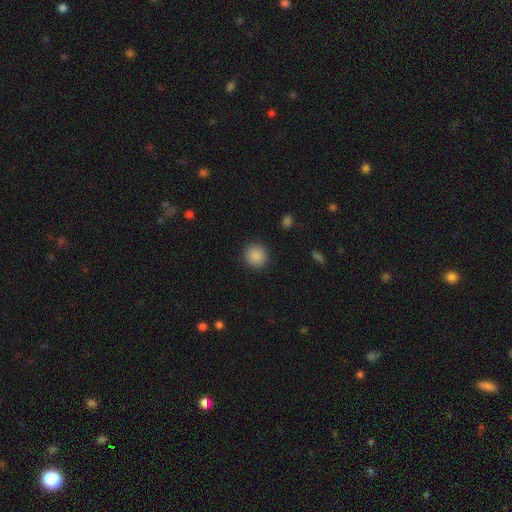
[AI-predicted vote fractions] Smooth or featured? smooth (88%)
How rounded? round (92%)
Merging? none (91%)